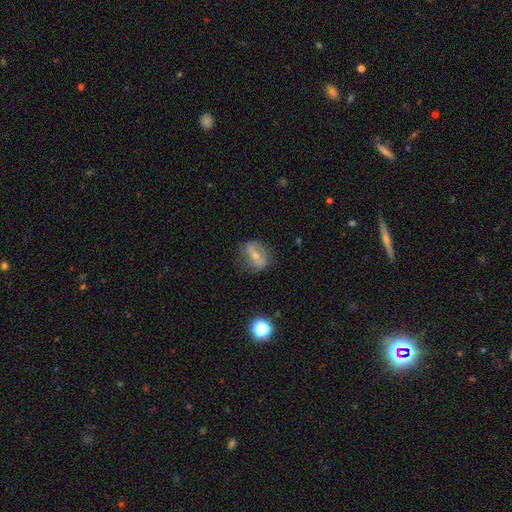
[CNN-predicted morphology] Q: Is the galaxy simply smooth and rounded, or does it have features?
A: featured or disk — 57%.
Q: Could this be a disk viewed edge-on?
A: no — 90%.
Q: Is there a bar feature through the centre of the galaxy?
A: strong — 46%.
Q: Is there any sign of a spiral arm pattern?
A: yes — 58%.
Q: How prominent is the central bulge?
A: small — 52%.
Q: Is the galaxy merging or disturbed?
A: none — 76%.